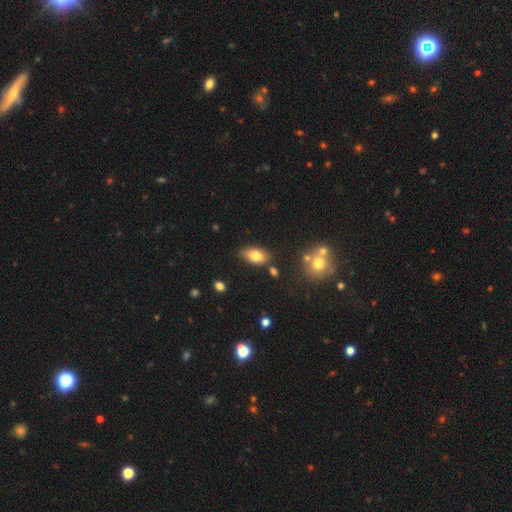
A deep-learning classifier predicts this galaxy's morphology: The model was most divided on "smooth or featured": smooth: 79%, featured or disk: 13%, star or artifact: 8%. More confident: how rounded — in between (91%); merging — none (79%).